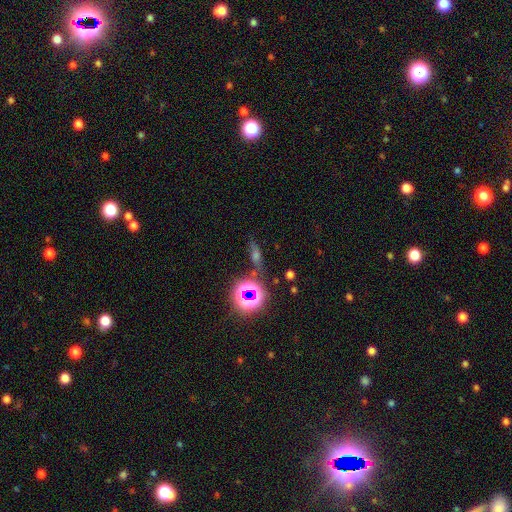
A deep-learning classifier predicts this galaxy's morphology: type=star or artifact (40%).